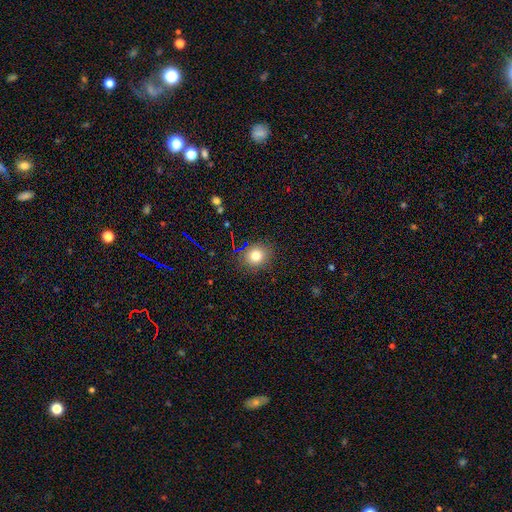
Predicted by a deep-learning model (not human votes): Smooth or featured? smooth (77%)
How rounded? round (75%)
Merging? none (86%)